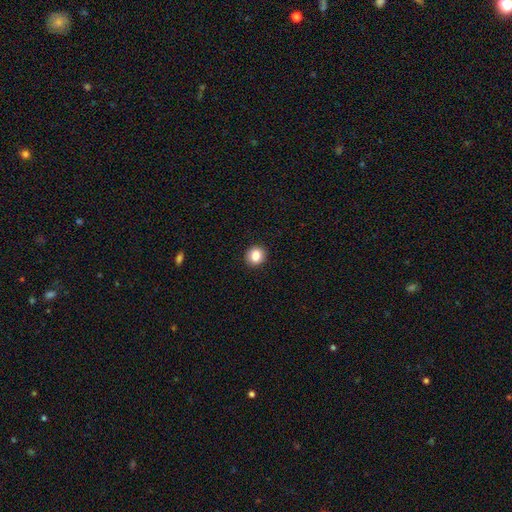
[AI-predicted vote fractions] Q: Smooth or featured?
A: smooth (85%); runner-up: star or artifact (10%)
Q: How rounded?
A: round (86%); runner-up: in between (13%)
Q: Merging?
A: none (92%); runner-up: minor disturbance (6%)